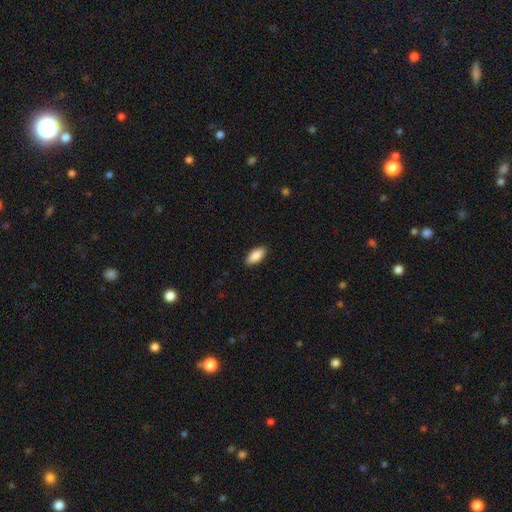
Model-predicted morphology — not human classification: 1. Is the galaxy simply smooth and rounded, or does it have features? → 89% smooth, 6% star or artifact, 5% featured or disk.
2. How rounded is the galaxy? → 88% in between, 10% cigar-shaped, 2% round.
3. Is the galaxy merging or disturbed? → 89% none, 8% minor disturbance, 2% major disturbance, 1% merger.